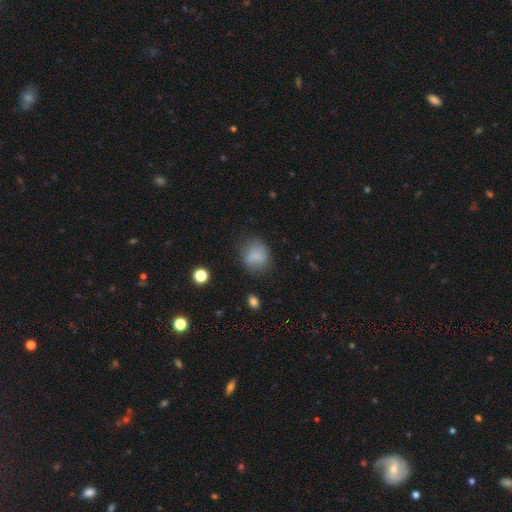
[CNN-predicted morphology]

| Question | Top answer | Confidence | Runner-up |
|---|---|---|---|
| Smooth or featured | smooth | 77% | featured or disk (13%) |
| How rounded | round | 67% | in between (32%) |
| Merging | none | 63% | minor disturbance (24%) |